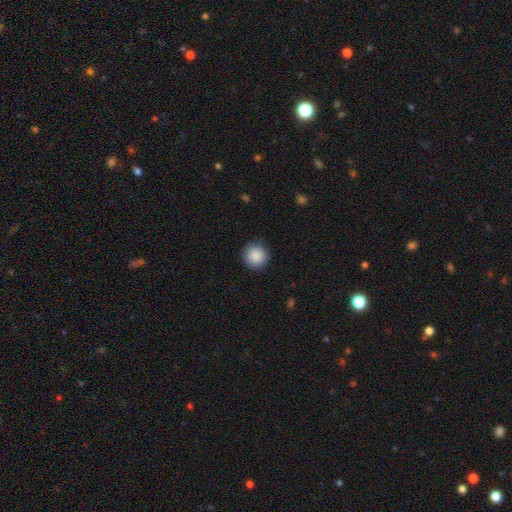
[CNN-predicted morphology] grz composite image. It shows a smooth galaxy with no disk features (89%) that is round (94%). Merging: none (89%).